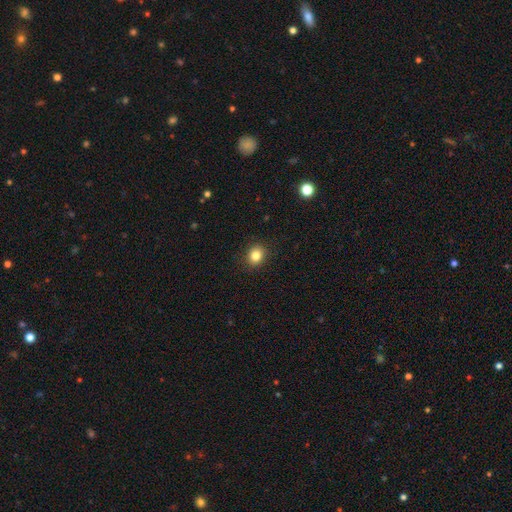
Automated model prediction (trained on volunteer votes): A smooth galaxy with no disk features (84%) that is round (66%). Merging: none (90%).